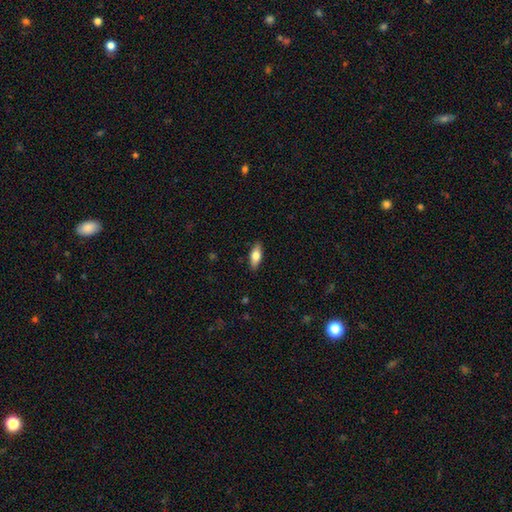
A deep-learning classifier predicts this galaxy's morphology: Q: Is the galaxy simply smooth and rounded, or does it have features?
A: smooth — 70%.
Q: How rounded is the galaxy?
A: in between — 77%.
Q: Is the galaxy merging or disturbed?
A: none — 88%.